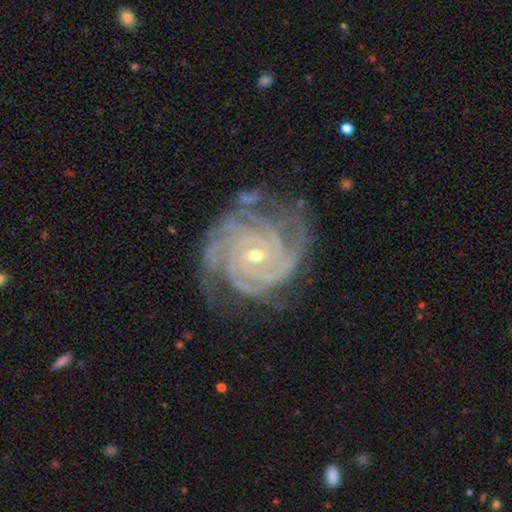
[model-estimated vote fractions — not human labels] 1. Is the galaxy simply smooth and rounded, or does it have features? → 92% featured or disk, 5% star or artifact, 3% smooth.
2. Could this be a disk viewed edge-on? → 98% no, 2% yes.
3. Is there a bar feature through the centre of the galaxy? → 59% no, 30% weak, 11% strong.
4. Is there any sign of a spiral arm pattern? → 98% yes, 2% no.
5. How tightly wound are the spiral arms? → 81% tight, 17% medium, 2% loose.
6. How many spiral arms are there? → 34% 4, 19% more than 4, 17% 3, 16% can't tell, 9% 2, 7% 1.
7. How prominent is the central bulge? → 62% small, 36% moderate, 1% large, 1% none, 1% dominant.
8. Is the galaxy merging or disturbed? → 69% none, 20% minor disturbance, 9% major disturbance, 2% merger.